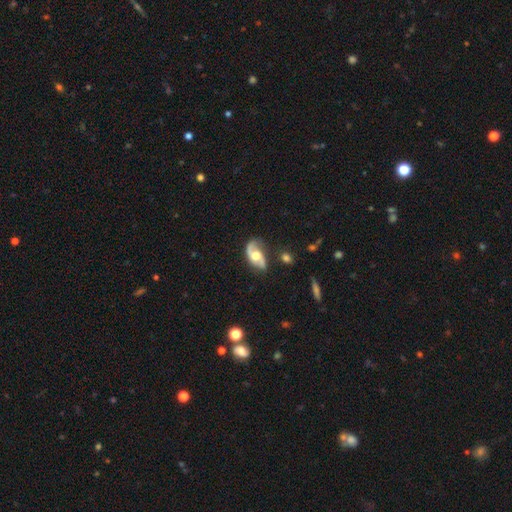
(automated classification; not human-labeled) A featured or disk galaxy (76%) with no bar (62%), 2 (85%) loose (54%) spiral arms (89%) and a moderate central bulge (67%). Merging: none (61%).